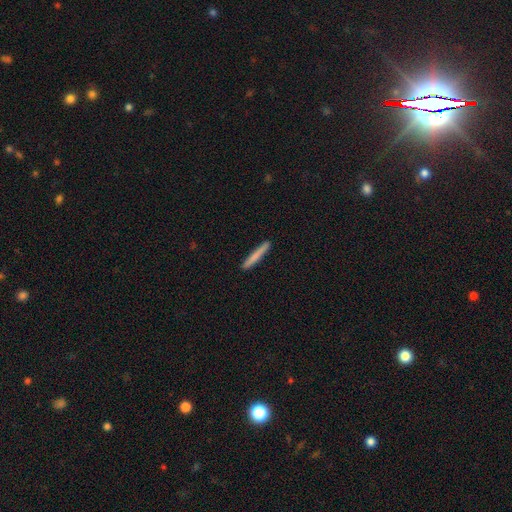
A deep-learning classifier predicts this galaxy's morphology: type=smooth (75%); roundness=cigar-shaped (96%); merging=none (92%).